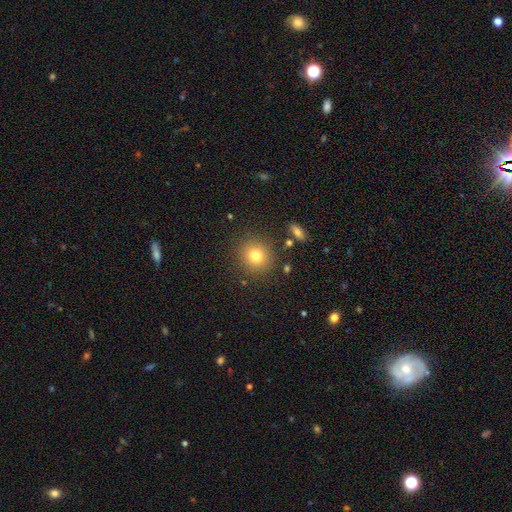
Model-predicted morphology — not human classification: smooth_or_featured: smooth (p=0.77) [alt: star or artifact p=0.13]
how_rounded: round (p=0.90) [alt: in between p=0.09]
merging: none (p=0.87) [alt: minor disturbance p=0.08]